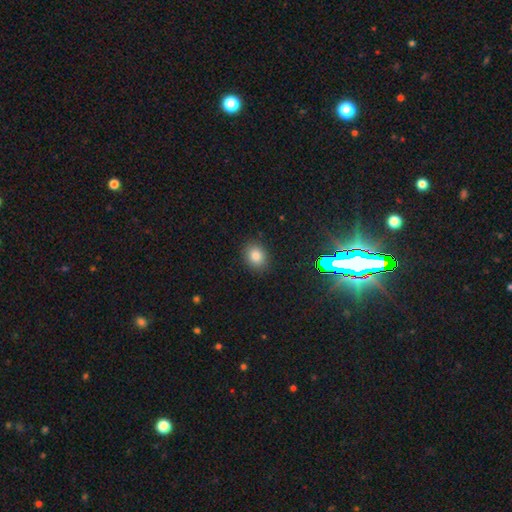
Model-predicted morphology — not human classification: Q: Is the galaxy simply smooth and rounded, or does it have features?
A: smooth — 81%.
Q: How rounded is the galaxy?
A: round — 58%.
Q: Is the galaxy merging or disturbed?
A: none — 88%.